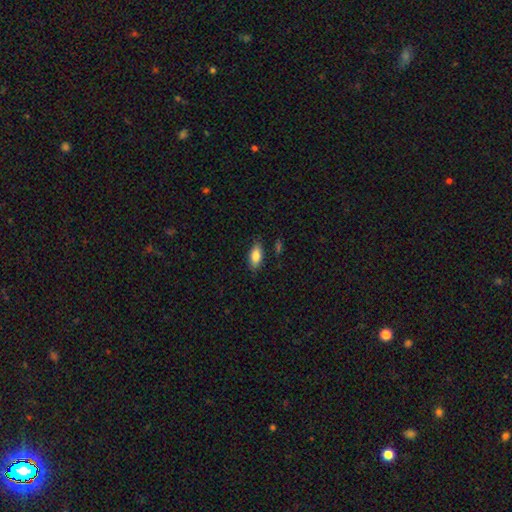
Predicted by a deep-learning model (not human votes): Smooth or featured?
  - smooth: 82% *
  - featured or disk: 11%
  - star or artifact: 7%
How rounded?
  - in between: 86% *
  - cigar-shaped: 11%
  - round: 3%
Merging?
  - none: 83% *
  - minor disturbance: 13%
  - major disturbance: 3%
  - merger: 2%